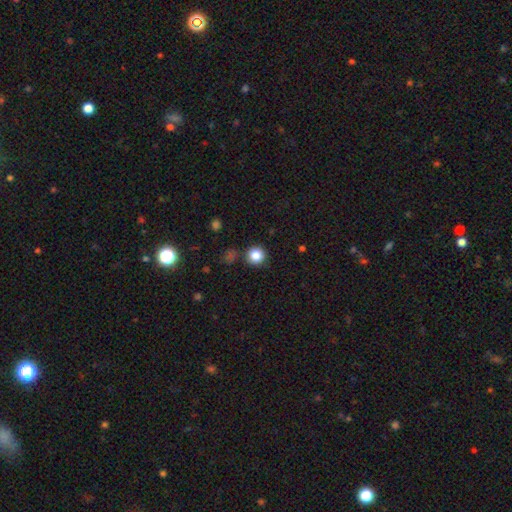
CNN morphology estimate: Q: Smooth or featured?
A: smooth (84%); runner-up: star or artifact (11%)
Q: How rounded?
A: round (94%); runner-up: in between (5%)
Q: Merging?
A: none (85%); runner-up: minor disturbance (8%)